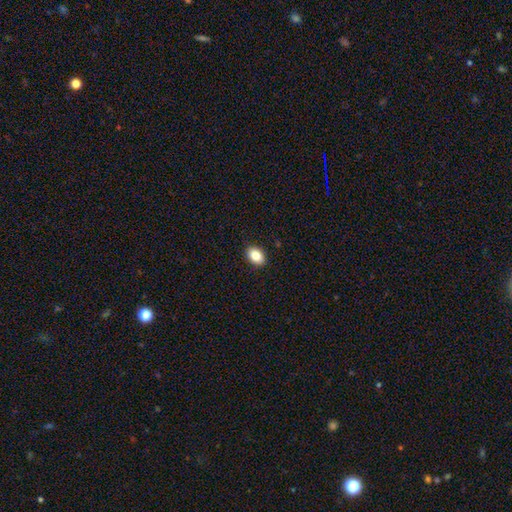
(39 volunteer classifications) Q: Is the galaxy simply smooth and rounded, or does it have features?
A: smooth — 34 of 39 (87%).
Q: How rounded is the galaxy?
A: in between — 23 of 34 (68%).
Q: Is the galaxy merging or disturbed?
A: none — 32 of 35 (91%).